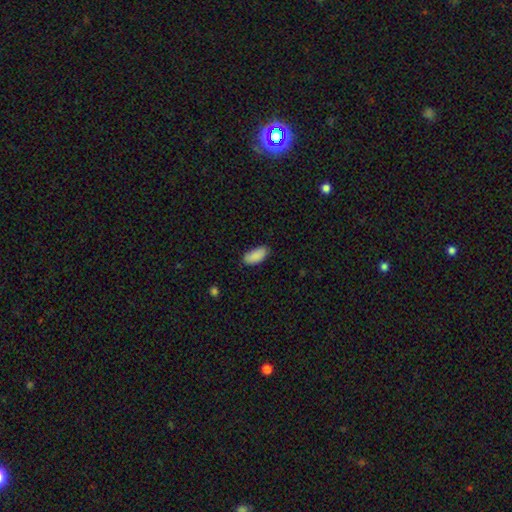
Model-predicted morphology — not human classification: Smooth or featured? Predicted: smooth (p=0.89). How rounded? Predicted: in between (p=0.92). Merging? Predicted: none (p=0.79).